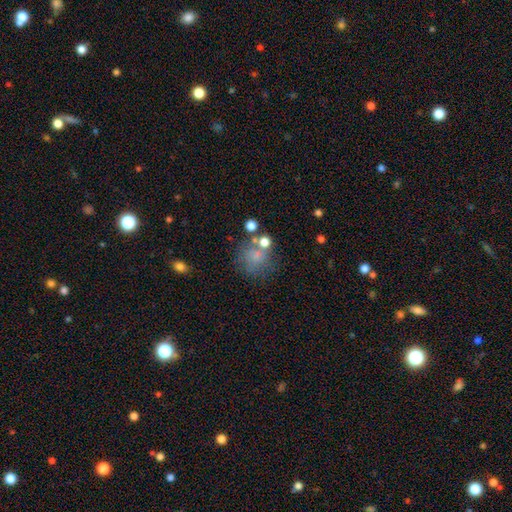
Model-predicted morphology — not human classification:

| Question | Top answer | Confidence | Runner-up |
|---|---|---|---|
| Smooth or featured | smooth | 66% | featured or disk (17%) |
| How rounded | round | 84% | in between (15%) |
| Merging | none | 57% | minor disturbance (16%) |